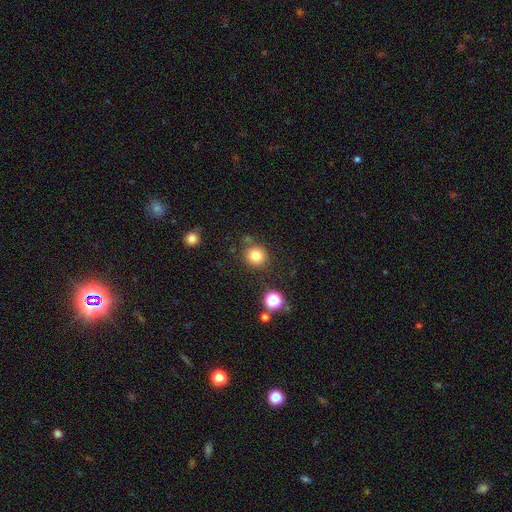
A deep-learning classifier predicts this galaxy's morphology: Smooth or featured? smooth (81%)
How rounded? round (90%)
Merging? none (80%)